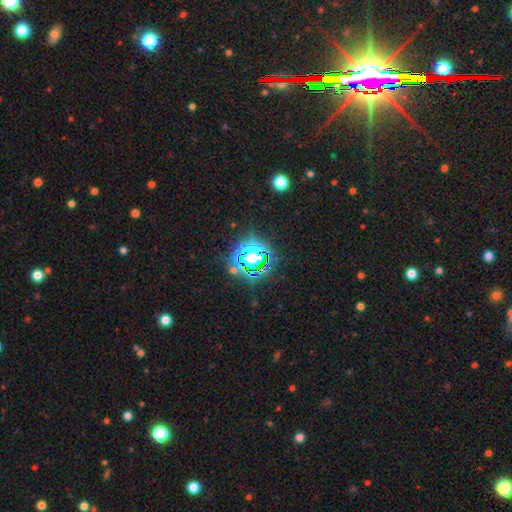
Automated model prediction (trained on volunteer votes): Smooth or featured: star or artifact — 59% (smooth — 30%)